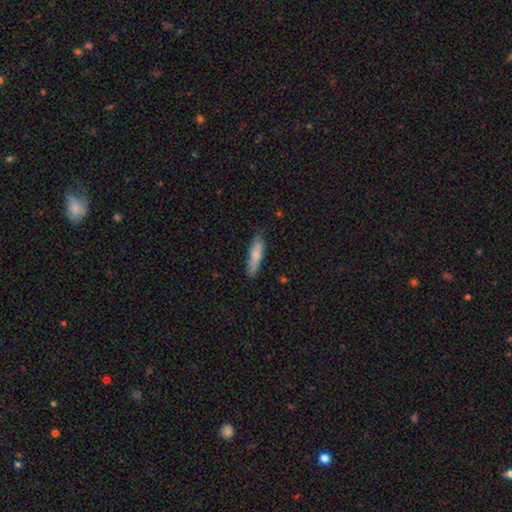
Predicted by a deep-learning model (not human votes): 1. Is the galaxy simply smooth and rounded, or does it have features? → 77% smooth, 17% featured or disk, 6% star or artifact.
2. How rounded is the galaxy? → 72% cigar-shaped, 27% in between, 2% round.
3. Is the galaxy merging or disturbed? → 79% none, 17% minor disturbance, 3% major disturbance, 1% merger.